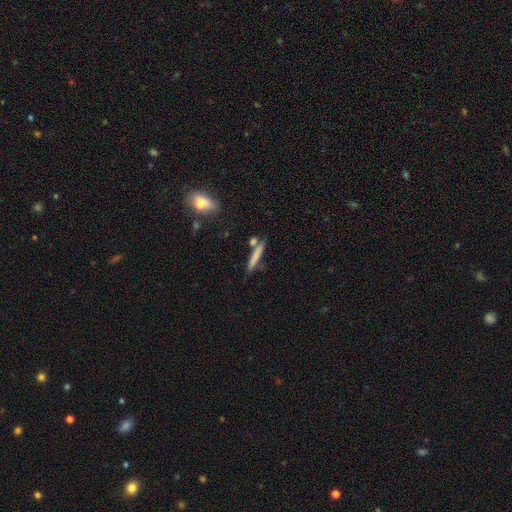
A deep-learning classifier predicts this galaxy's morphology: type=smooth (70%); roundness=cigar-shaped (93%); merging=none (73%).